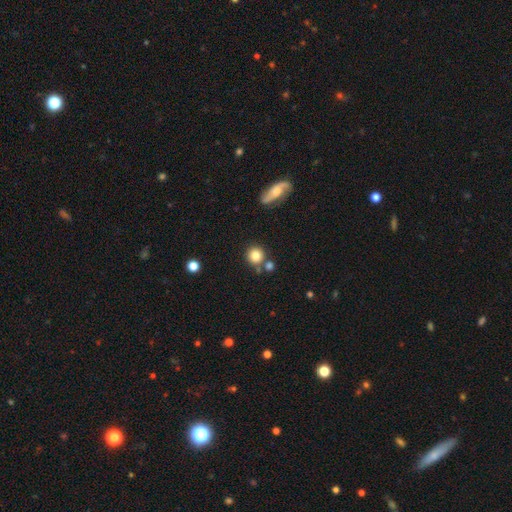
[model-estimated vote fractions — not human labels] Morphology: type=smooth (81%); roundness=round (91%); merging=none (71%).